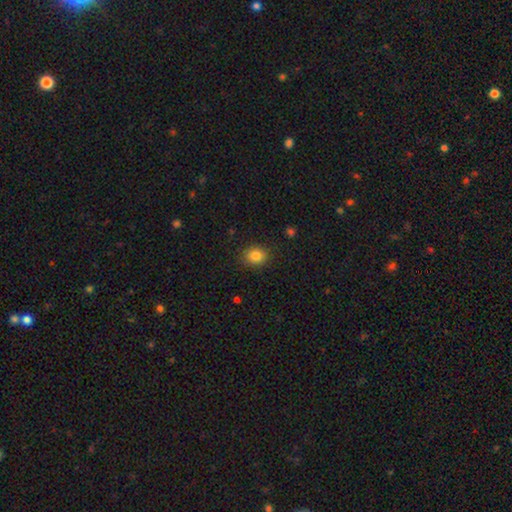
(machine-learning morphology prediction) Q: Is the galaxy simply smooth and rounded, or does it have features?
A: smooth — 83%.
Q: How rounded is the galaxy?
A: round — 60%.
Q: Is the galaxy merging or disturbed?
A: none — 87%.